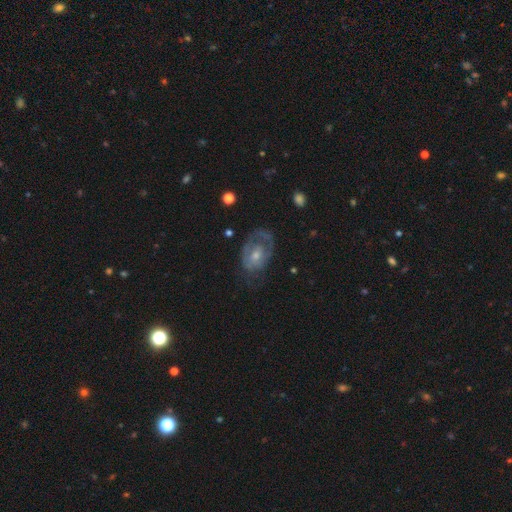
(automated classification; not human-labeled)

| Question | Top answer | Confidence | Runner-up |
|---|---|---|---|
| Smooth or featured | featured or disk | 67% | smooth (23%) |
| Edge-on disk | no | 96% | yes (4%) |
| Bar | no | 73% | weak (23%) |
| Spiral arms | yes | 67% | no (33%) |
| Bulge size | moderate | 48% | small (44%) |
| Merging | none | 55% | minor disturbance (22%) |